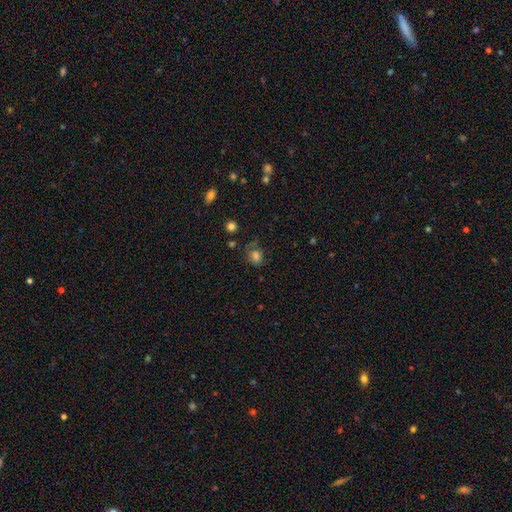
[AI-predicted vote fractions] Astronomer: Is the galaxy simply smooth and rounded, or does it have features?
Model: smooth — 73%.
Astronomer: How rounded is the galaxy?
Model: round — 53% (runner-up: in between, 46%).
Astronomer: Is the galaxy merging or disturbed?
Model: none — 52%.